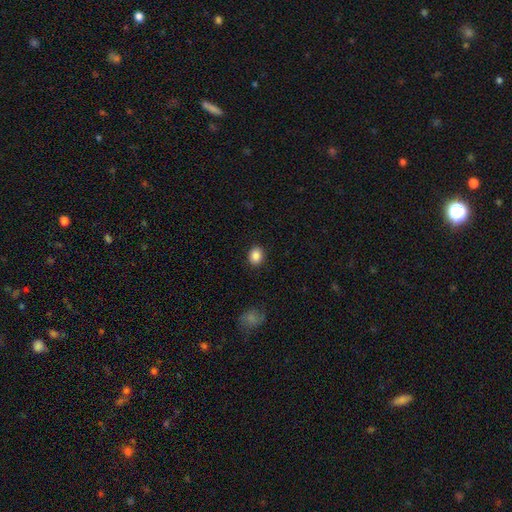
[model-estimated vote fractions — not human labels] smooth-or-featured: smooth: 86% | star or artifact: 9% | featured or disk: 4%
  how-rounded: round: 62% | in between: 37% | cigar-shaped: 1%
  merging: none: 90% | minor disturbance: 7% | major disturbance: 2% | merger: 1%